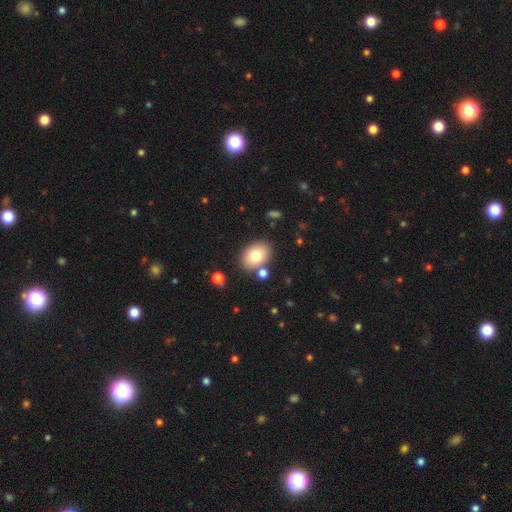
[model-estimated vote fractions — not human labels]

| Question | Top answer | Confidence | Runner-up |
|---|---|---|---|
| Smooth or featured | smooth | 77% | featured or disk (14%) |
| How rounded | in between | 75% | round (24%) |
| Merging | none | 79% | minor disturbance (10%) |